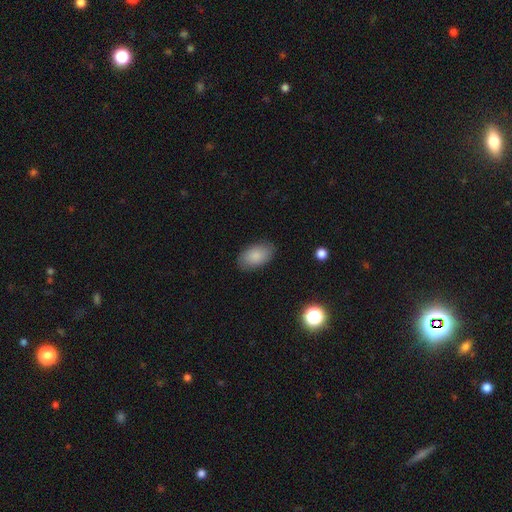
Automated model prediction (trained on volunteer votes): This appears to be a smooth galaxy with no disk features (87%) that is in between round and cigar-shaped (94%). Merging: none (85%).